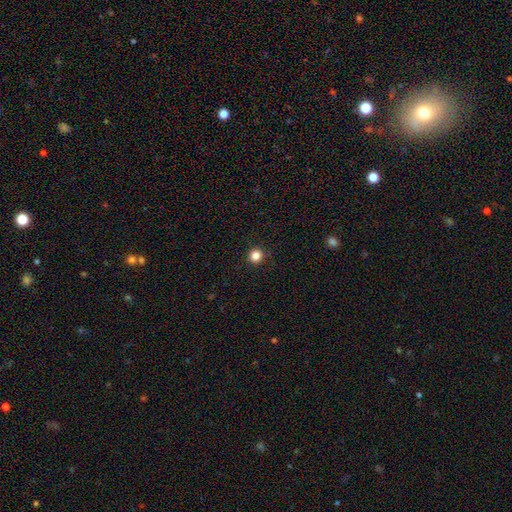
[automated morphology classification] Q: Smooth or featured?
A: smooth (84%); runner-up: star or artifact (12%)
Q: How rounded?
A: round (94%); runner-up: in between (5%)
Q: Merging?
A: none (93%); runner-up: minor disturbance (5%)